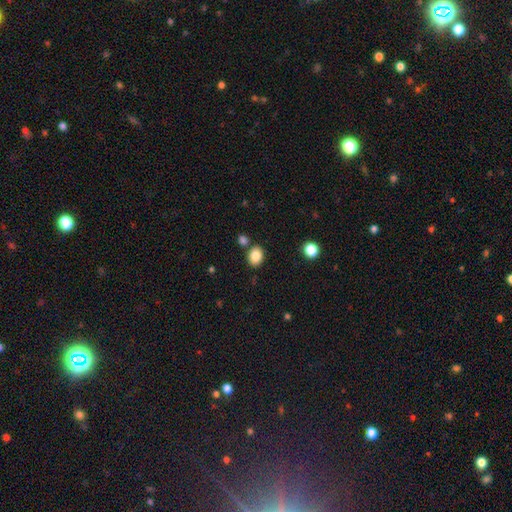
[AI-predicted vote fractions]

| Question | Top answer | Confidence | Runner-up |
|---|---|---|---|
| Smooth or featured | smooth | 85% | star or artifact (9%) |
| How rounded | in between | 56% | round (43%) |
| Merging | none | 79% | minor disturbance (10%) |